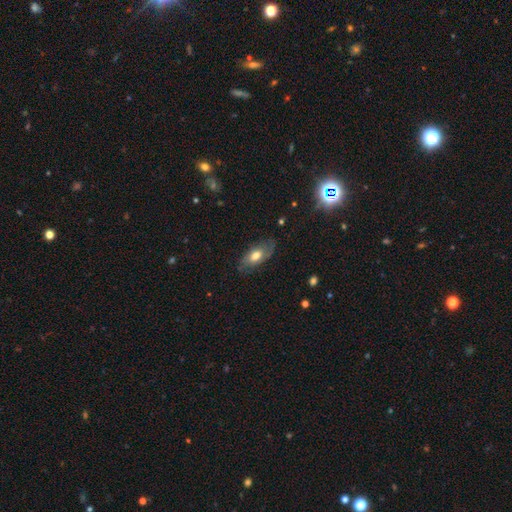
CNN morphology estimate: This is possibly a smooth galaxy (57%). How rounded: clearly in between (86%). Merging: likely none (72%).